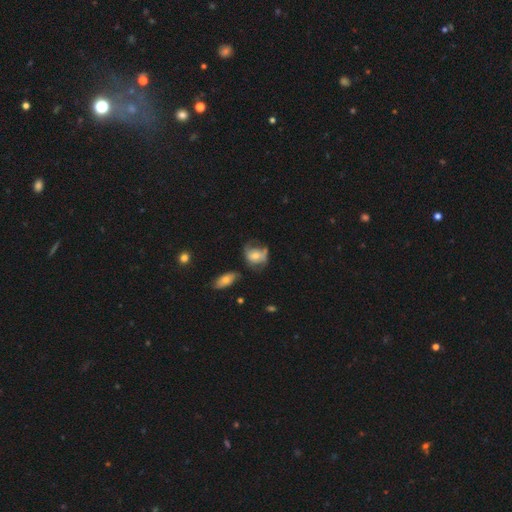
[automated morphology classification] smooth 49%, featured or disk 42%, star or artifact 9%. Down the decision tree: merging — none (37%).